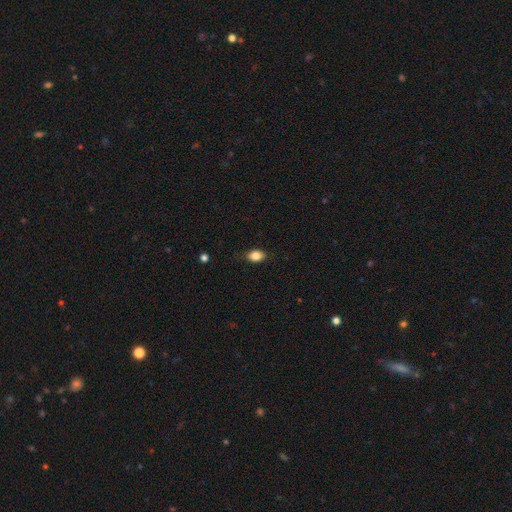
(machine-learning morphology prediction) Smooth or featured? smooth (84%)
How rounded? in between (80%)
Merging? none (81%)